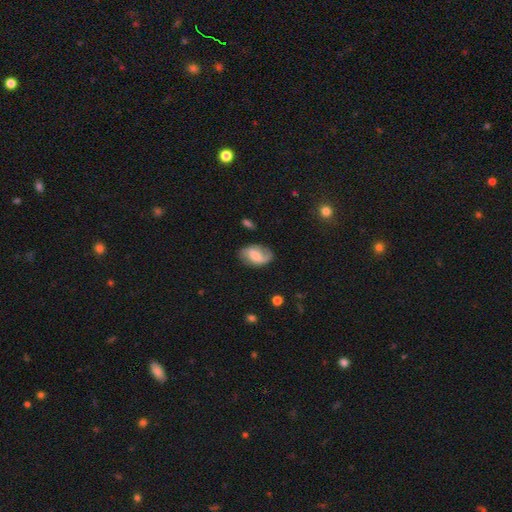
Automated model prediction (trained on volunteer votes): Smooth or featured? featured or disk (55%)
Edge-on disk? no (96%)
Bar? weak (45%)
Spiral arms? yes (87%)
Bulge size? moderate (36%)
Merging? none (69%)